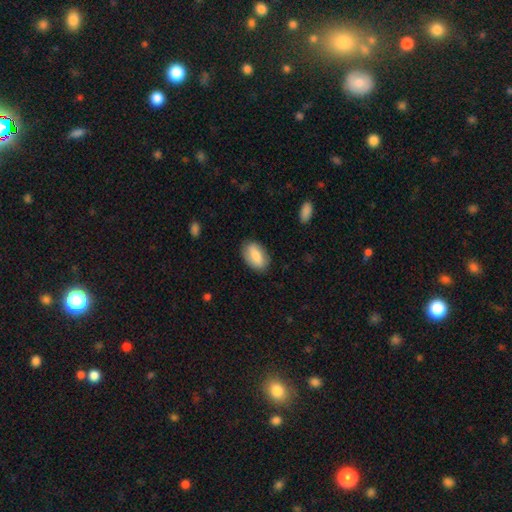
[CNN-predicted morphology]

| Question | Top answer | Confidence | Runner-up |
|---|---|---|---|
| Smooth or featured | smooth | 78% | featured or disk (15%) |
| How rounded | in between | 91% | round (6%) |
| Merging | none | 84% | minor disturbance (12%) |